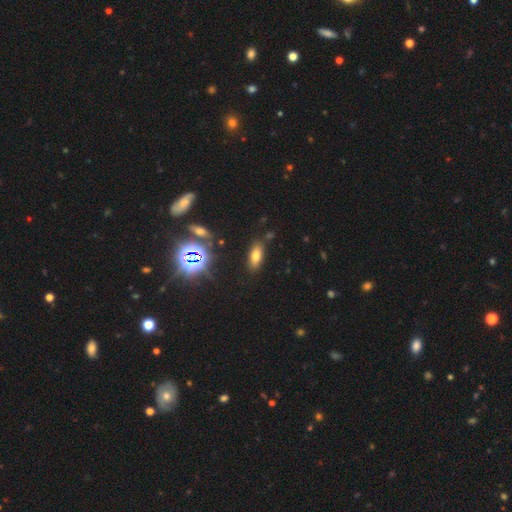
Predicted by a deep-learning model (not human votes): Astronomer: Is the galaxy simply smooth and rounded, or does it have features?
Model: smooth — 67%.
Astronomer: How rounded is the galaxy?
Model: in between — 78%.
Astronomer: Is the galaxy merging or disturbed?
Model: none — 83%.